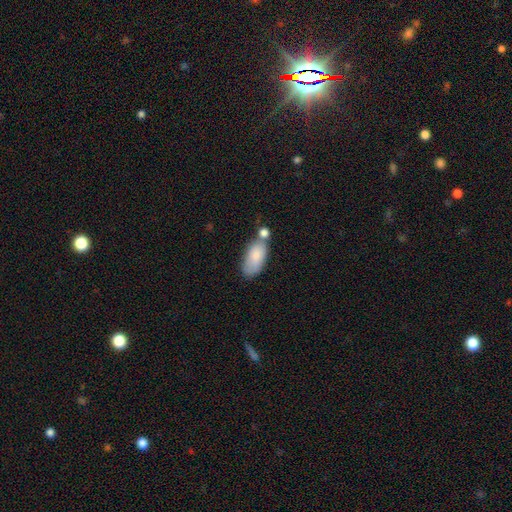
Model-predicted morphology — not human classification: A smooth galaxy with no disk features (83%) that is in between round and cigar-shaped (92%). Merging: none (48%).